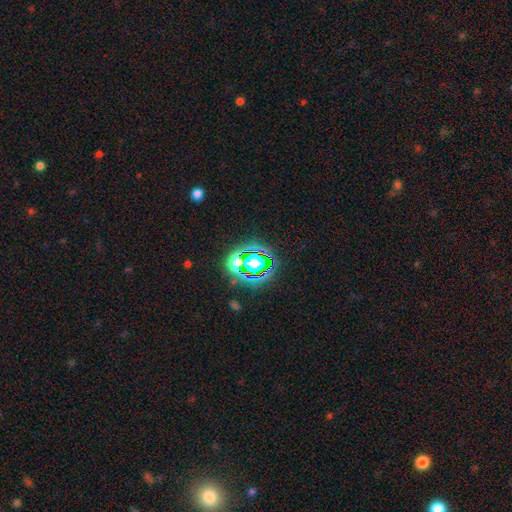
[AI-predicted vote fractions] Smooth or featured?
  - star or artifact: 77% *
  - smooth: 14%
  - featured or disk: 9%